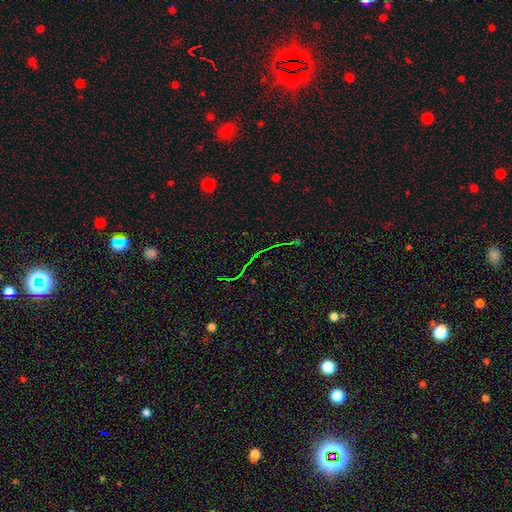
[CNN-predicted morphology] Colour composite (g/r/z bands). It shows a star or artifact, not a galaxy (76%).